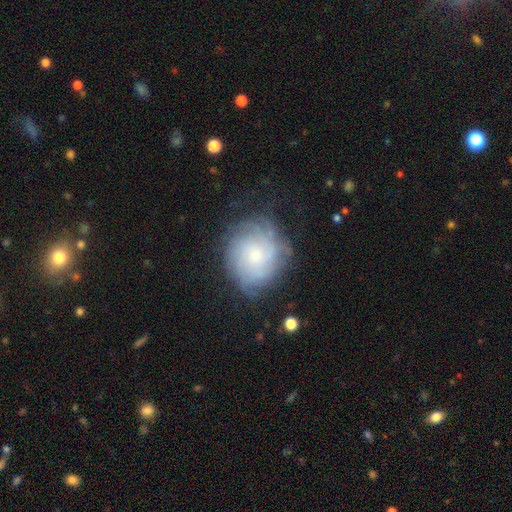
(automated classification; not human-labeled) smooth_or_featured: featured or disk (p=0.65) [alt: smooth p=0.26]
disk_edge_on: no (p=0.97) [alt: yes p=0.03]
bar: no (p=0.77) [alt: weak p=0.20]
has_spiral_arms: yes (p=0.89) [alt: no p=0.11]
spiral_winding: tight (p=0.66) [alt: medium p=0.25]
spiral_arm_count: can't tell (p=0.53) [alt: 4 p=0.14]
bulge_size: small (p=0.60) [alt: moderate p=0.31]
merging: none (p=0.71) [alt: minor disturbance p=0.19]